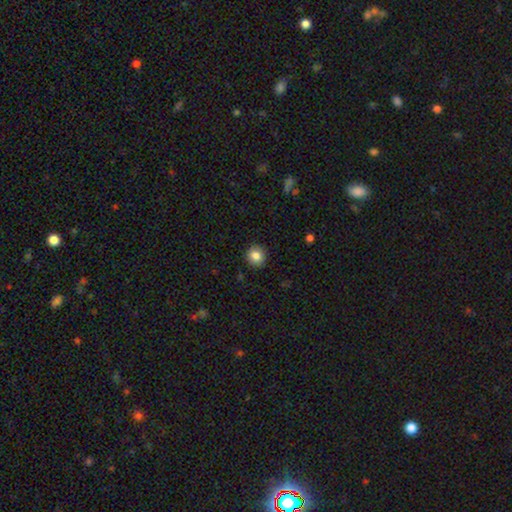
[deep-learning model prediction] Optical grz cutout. It shows a smooth galaxy with no disk features (84%) that is round (90%). Merging: none (92%).